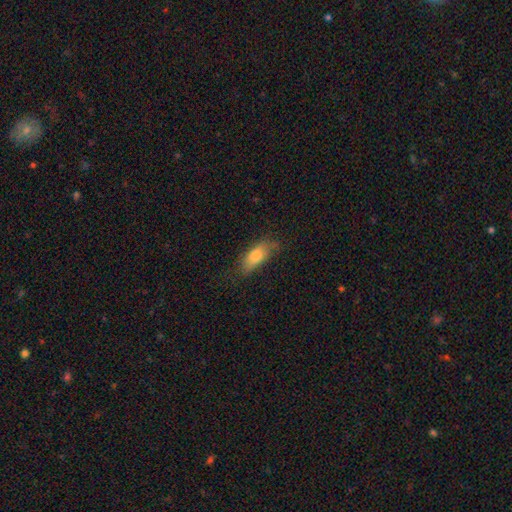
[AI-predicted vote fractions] smooth_or_featured: smooth (p=0.75) [alt: featured or disk p=0.17]
how_rounded: in between (p=0.73) [alt: cigar-shaped p=0.24]
merging: none (p=0.61) [alt: minor disturbance p=0.27]